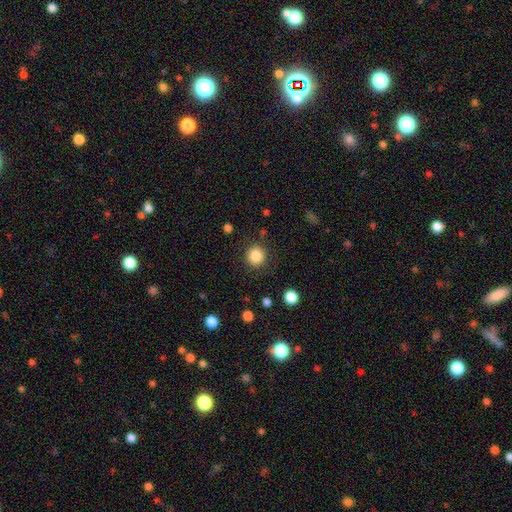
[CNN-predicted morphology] smooth_or_featured: smooth (p=0.86) [alt: star or artifact p=0.10]
how_rounded: round (p=0.93) [alt: in between p=0.06]
merging: none (p=0.89) [alt: minor disturbance p=0.07]